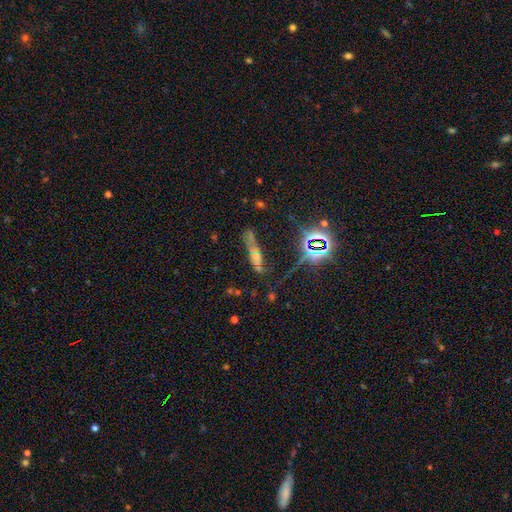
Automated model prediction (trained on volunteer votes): Smooth or featured? star or artifact (40%)